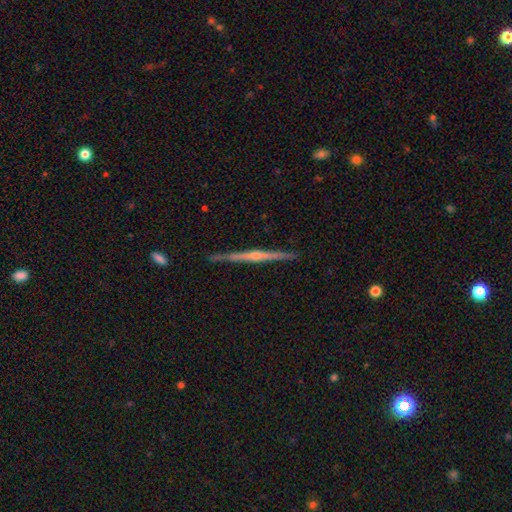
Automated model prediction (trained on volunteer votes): The model was most divided on "edge-on bulge": rounded: 79%, none: 15%, boxy: 6%. More confident: edge-on disk — yes (98%); merging — none (89%); smooth or featured — featured or disk (82%).